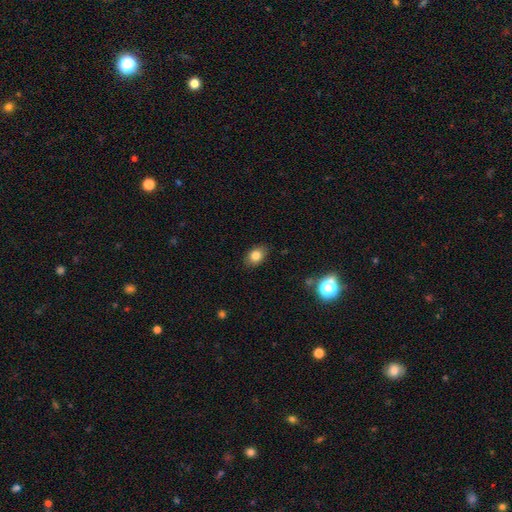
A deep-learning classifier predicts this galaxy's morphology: Smooth or featured?
  - smooth: 82% *
  - star or artifact: 10%
  - featured or disk: 8%
How rounded?
  - in between: 74% *
  - round: 25%
  - cigar-shaped: 1%
Merging?
  - none: 86% *
  - minor disturbance: 11%
  - major disturbance: 2%
  - merger: 1%